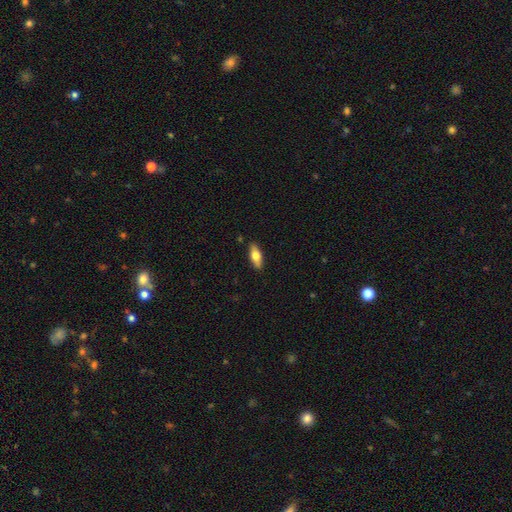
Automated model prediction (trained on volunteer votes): Smooth or featured: smooth — 63% (featured or disk — 31%)
How rounded: in between — 70% (cigar-shaped — 27%)
Merging: none — 88% (minor disturbance — 9%)